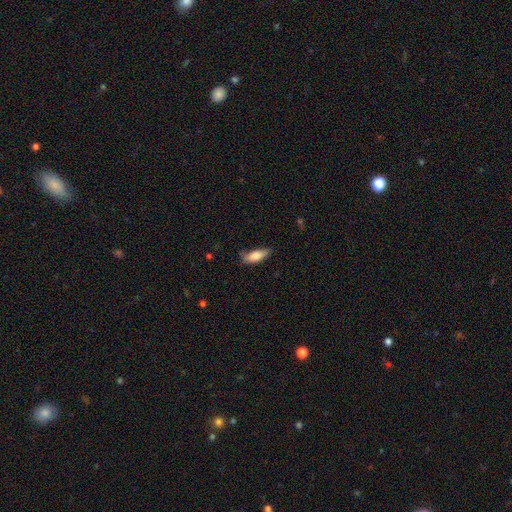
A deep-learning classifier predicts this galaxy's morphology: smooth_or_featured: smooth (p=0.81) [alt: featured or disk p=0.13]
how_rounded: in between (p=0.68) [alt: cigar-shaped p=0.30]
merging: none (p=0.65) [alt: minor disturbance p=0.28]